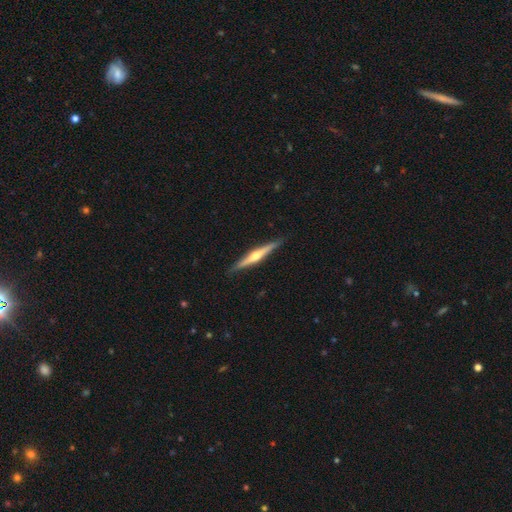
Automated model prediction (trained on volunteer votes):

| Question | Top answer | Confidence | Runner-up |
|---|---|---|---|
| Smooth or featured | featured or disk | 73% | smooth (22%) |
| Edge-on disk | yes | 98% | no (2%) |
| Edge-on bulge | rounded | 90% | none (6%) |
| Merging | none | 90% | minor disturbance (8%) |